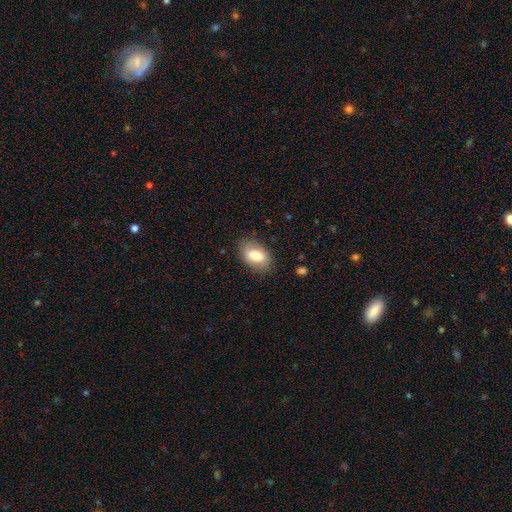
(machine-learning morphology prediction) Smooth or featured: smooth — 74% (featured or disk — 19%)
How rounded: in between — 90% (round — 8%)
Merging: none — 82% (minor disturbance — 13%)